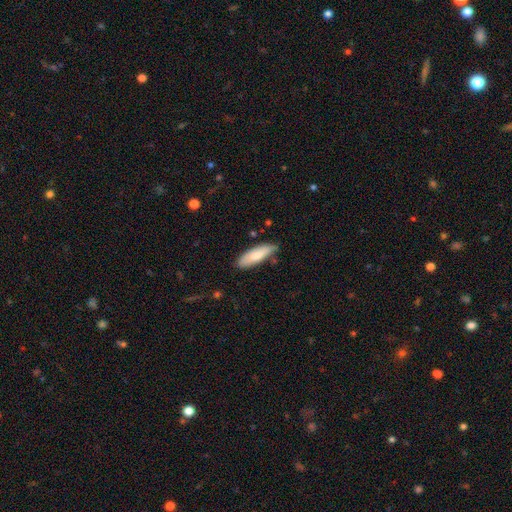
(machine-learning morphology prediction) This is likely a smooth galaxy (76%). How rounded: possibly in between (54%). Merging: likely none (78%).